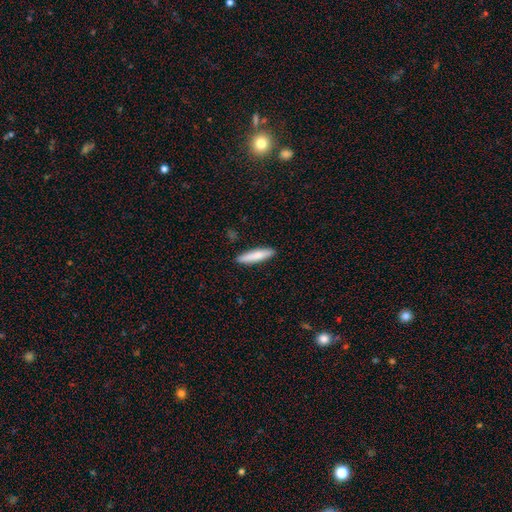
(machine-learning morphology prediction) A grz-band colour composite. It shows a smooth galaxy with no disk features (79%) that is cigar-shaped (83%). Merging: none (90%).